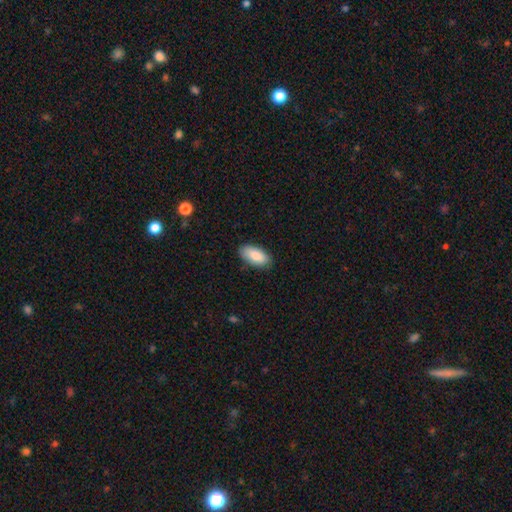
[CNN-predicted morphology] Smooth or featured?
  - smooth: 87% *
  - featured or disk: 7%
  - star or artifact: 6%
How rounded?
  - in between: 93% *
  - cigar-shaped: 5%
  - round: 2%
Merging?
  - none: 85% *
  - minor disturbance: 12%
  - major disturbance: 2%
  - merger: 1%